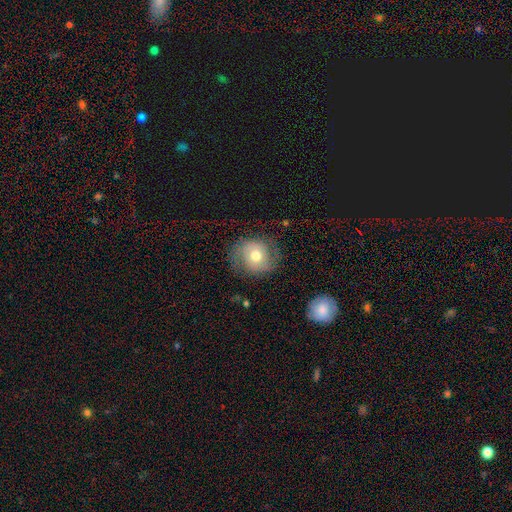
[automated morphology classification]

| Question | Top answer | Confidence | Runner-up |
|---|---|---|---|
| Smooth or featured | featured or disk | 47% | smooth (45%) |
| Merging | none | 67% | minor disturbance (20%) |